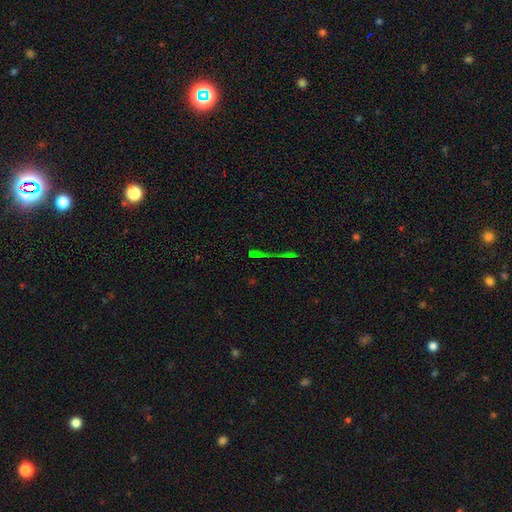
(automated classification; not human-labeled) star or artifact 73%, smooth 16%, featured or disk 12%.